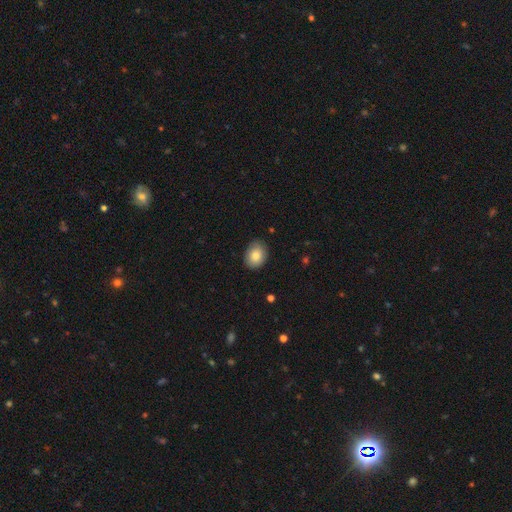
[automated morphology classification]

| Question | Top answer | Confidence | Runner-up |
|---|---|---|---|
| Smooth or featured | smooth | 82% | featured or disk (10%) |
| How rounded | in between | 62% | round (38%) |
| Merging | none | 82% | minor disturbance (14%) |